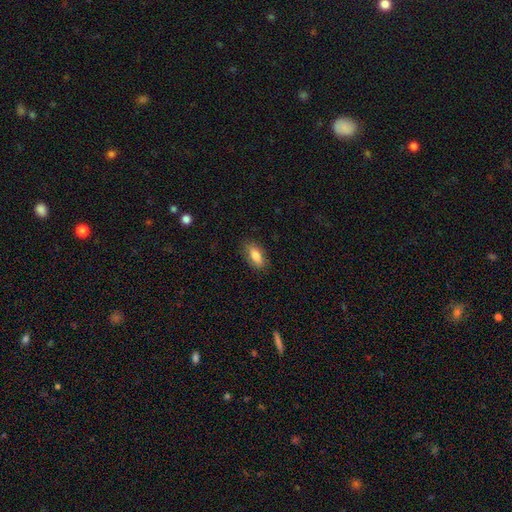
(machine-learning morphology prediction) The model was most divided on "smooth or featured": smooth: 75%, featured or disk: 18%, star or artifact: 7%. More confident: merging — none (84%); how rounded — in between (84%).